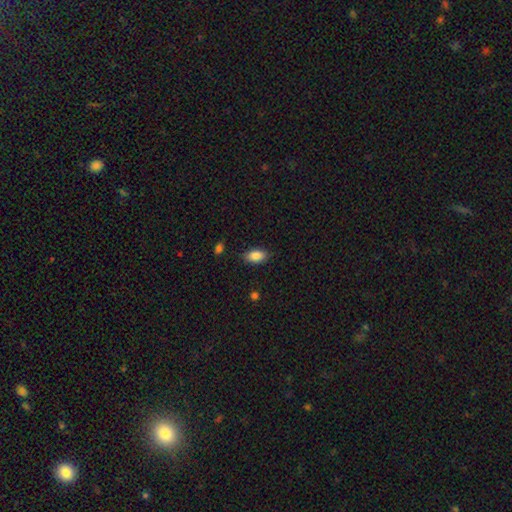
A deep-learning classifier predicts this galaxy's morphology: smooth_or_featured: smooth (p=0.87) [alt: star or artifact p=0.08]
how_rounded: in between (p=0.91) [alt: round p=0.05]
merging: none (p=0.83) [alt: minor disturbance p=0.13]